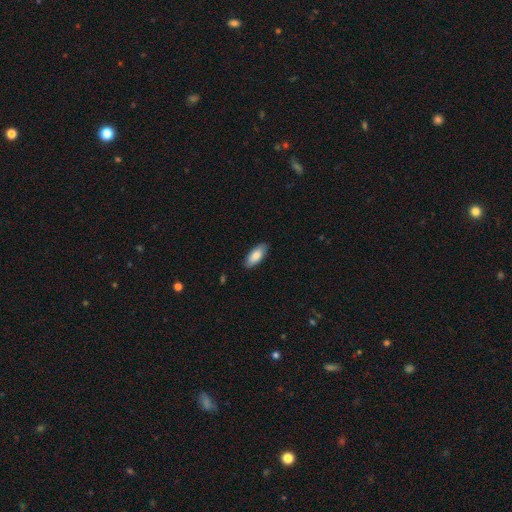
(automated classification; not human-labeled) Morphology: type=smooth (86%); roundness=in between (85%); merging=none (87%).